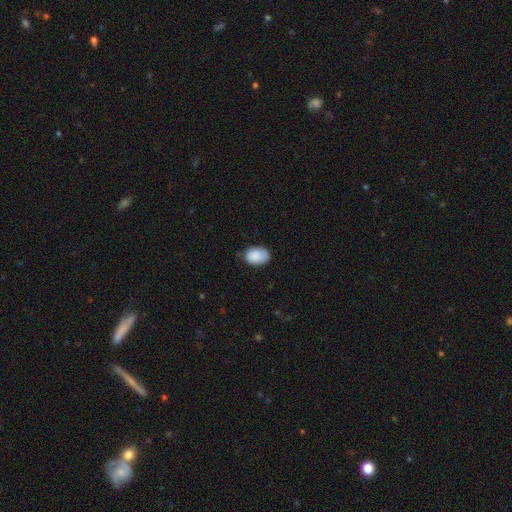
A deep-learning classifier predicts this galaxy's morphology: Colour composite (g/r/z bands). It shows a smooth galaxy with no disk features (84%) that is in between round and cigar-shaped (79%). Merging: none (65%).